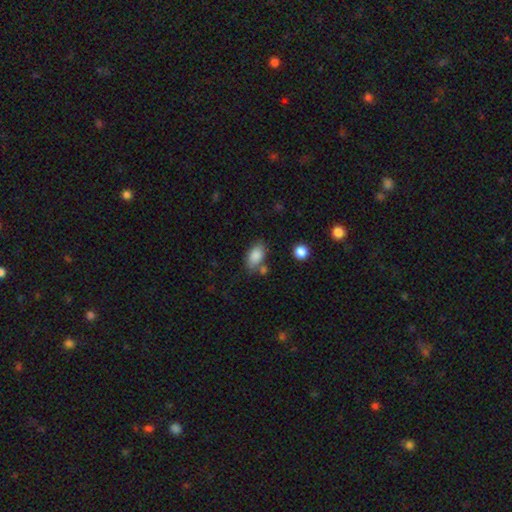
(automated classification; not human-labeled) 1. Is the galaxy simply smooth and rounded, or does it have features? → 85% smooth, 8% star or artifact, 7% featured or disk.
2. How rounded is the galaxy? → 90% in between, 7% round, 3% cigar-shaped.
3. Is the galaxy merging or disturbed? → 67% none, 17% minor disturbance, 11% merger, 5% major disturbance.